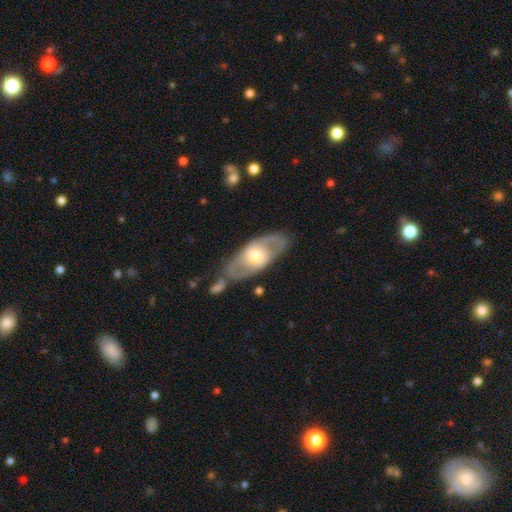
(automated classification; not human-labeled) Smooth or featured?
  - featured or disk: 64% *
  - smooth: 31%
  - star or artifact: 5%
Edge-on disk?
  - no: 85% *
  - yes: 15%
Bar?
  - no: 69% *
  - weak: 23%
  - strong: 8%
Spiral arms?
  - no: 52% *
  - yes: 48%
Bulge size?
  - moderate: 64% *
  - large: 17%
  - small: 16%
  - dominant: 1%
  - none: 1%
Merging?
  - none: 70% *
  - minor disturbance: 16%
  - merger: 7%
  - major disturbance: 7%